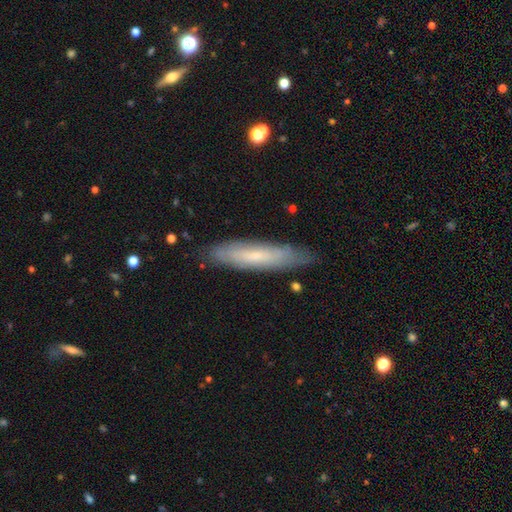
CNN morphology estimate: Smooth or featured: smooth — 51% (featured or disk — 42%)
How rounded: cigar-shaped — 80% (in between — 18%)
Merging: none — 82% (minor disturbance — 14%)